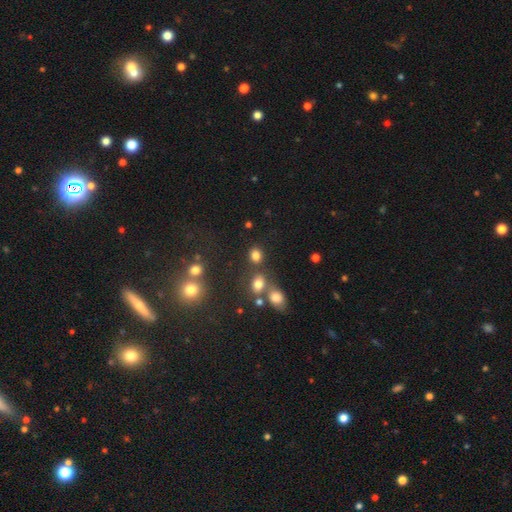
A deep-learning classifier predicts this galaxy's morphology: The model was most divided on "how rounded": round: 52%, in between: 47%, cigar-shaped: 2%. More confident: smooth or featured — smooth (78%); merging — none (68%).